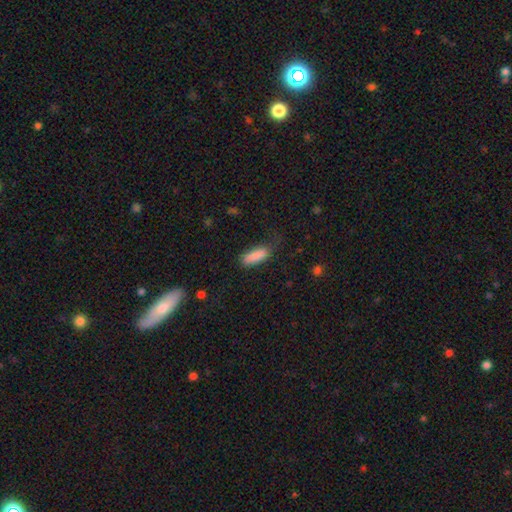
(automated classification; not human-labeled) A smooth galaxy with no disk features (87%) that is in between round and cigar-shaped (63%).

Vote fractions:
- Smooth or featured? smooth: 87% / star or artifact: 7% / featured or disk: 6%
- How rounded? in between: 63% / cigar-shaped: 34% / round: 2%
- Merging? none: 63% / minor disturbance: 24% / major disturbance: 10% / merger: 2%